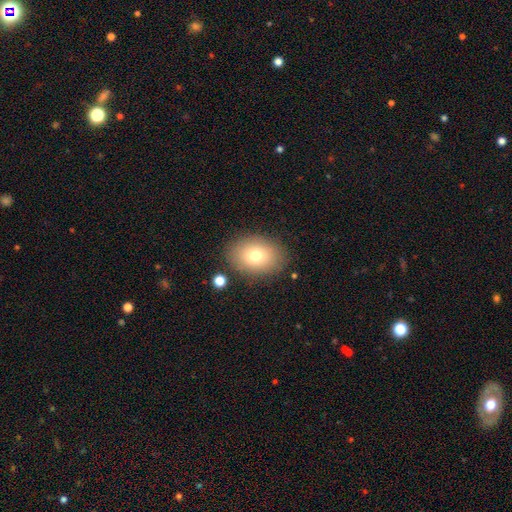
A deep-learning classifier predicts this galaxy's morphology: smooth 77%, featured or disk 13%, star or artifact 10%. Down the decision tree: how rounded — in between (71%); merging — none (84%).